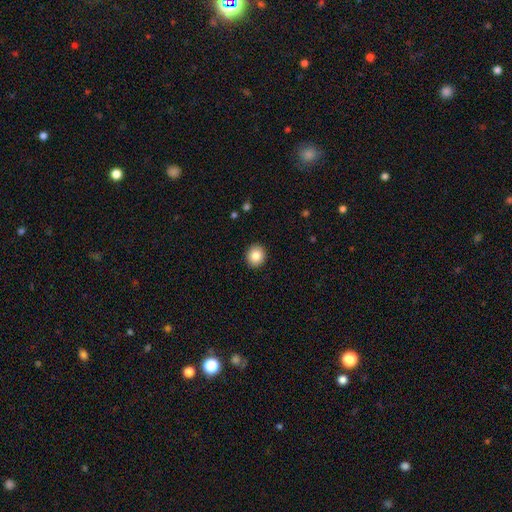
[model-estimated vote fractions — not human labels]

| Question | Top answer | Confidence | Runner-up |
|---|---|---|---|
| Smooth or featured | smooth | 86% | star or artifact (9%) |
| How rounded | round | 84% | in between (15%) |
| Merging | none | 92% | minor disturbance (5%) |